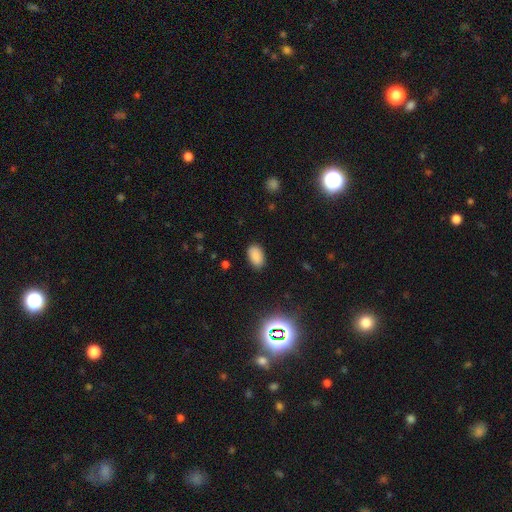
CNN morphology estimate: Smooth or featured? Predicted: smooth (p=0.85). How rounded? Predicted: in between (p=0.92). Merging? Predicted: none (p=0.86).